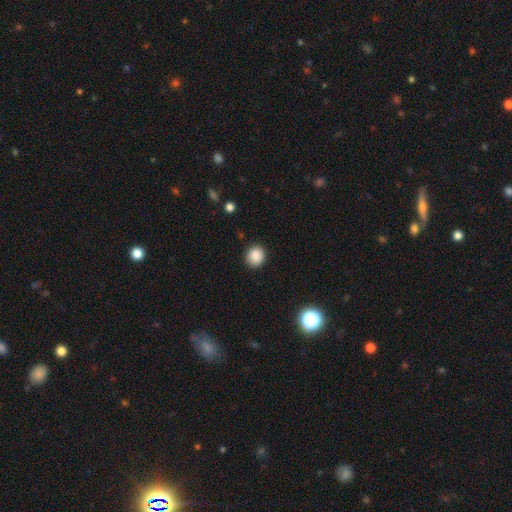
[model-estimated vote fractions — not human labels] This is clearly a smooth galaxy (88%). How rounded: clearly round (83%). Merging: clearly none (89%).